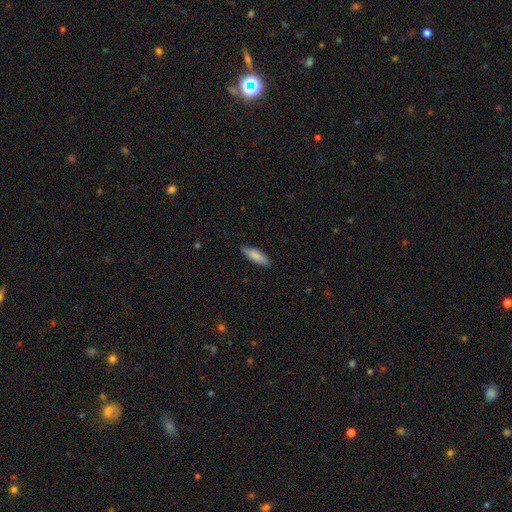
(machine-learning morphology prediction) smooth_or_featured: smooth (p=0.84) [alt: featured or disk p=0.10]
how_rounded: in between (p=0.53) [alt: cigar-shaped p=0.46]
merging: none (p=0.83) [alt: minor disturbance p=0.14]